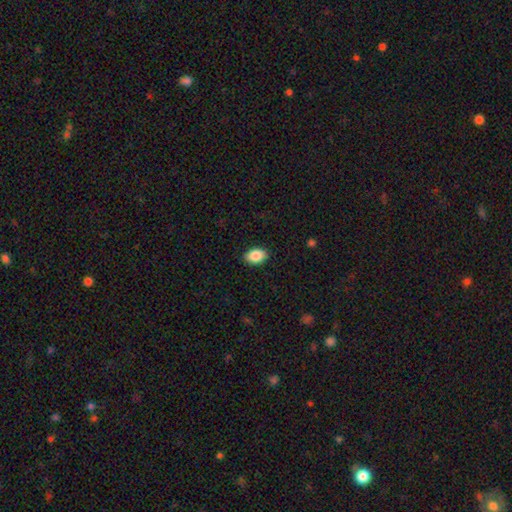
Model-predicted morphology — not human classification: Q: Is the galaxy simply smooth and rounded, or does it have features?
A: smooth — 88%.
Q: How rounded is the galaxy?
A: in between — 89%.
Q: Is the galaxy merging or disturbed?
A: none — 88%.